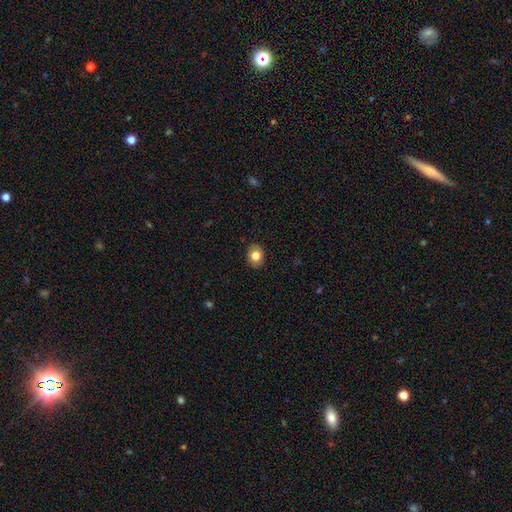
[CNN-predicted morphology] smooth_or_featured: smooth (p=0.81) [alt: featured or disk p=0.10]
how_rounded: in between (p=0.50) [alt: round p=0.49]
merging: none (p=0.90) [alt: minor disturbance p=0.08]